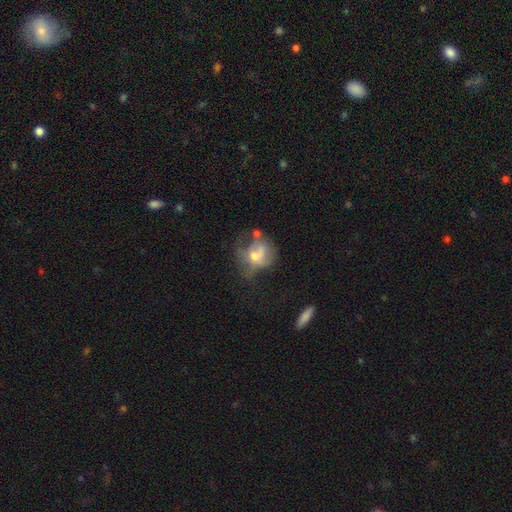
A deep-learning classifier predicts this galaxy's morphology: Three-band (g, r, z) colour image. It shows a featured or disk galaxy (47%). Merging: major disturbance (34%).